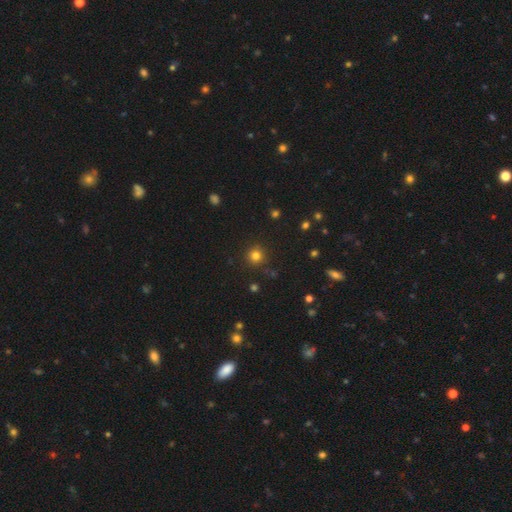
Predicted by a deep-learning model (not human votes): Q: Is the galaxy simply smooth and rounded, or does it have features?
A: smooth — 79%.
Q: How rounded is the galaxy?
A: round — 94%.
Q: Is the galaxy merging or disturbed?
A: none — 89%.